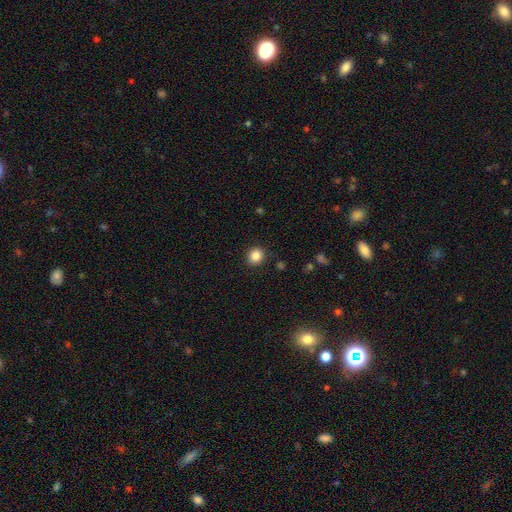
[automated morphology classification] Smooth or featured?
  - smooth: 85% *
  - star or artifact: 11%
  - featured or disk: 4%
How rounded?
  - round: 87% *
  - in between: 13%
  - cigar-shaped: 1%
Merging?
  - none: 90% *
  - minor disturbance: 7%
  - major disturbance: 2%
  - merger: 1%